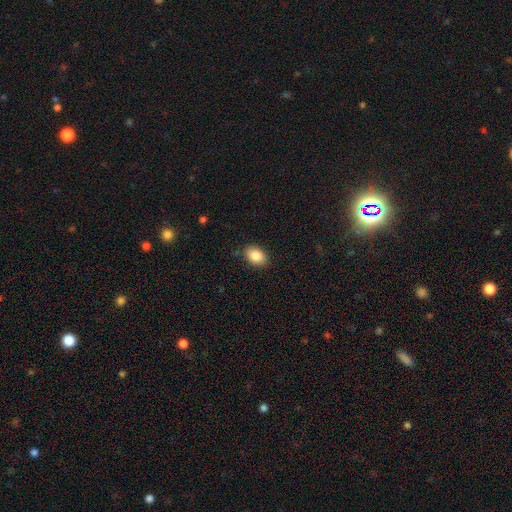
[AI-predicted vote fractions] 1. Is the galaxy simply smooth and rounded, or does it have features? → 85% smooth, 8% star or artifact, 7% featured or disk.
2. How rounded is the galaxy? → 82% in between, 17% round, 1% cigar-shaped.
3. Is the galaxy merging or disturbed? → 87% none, 10% minor disturbance, 2% major disturbance, 1% merger.